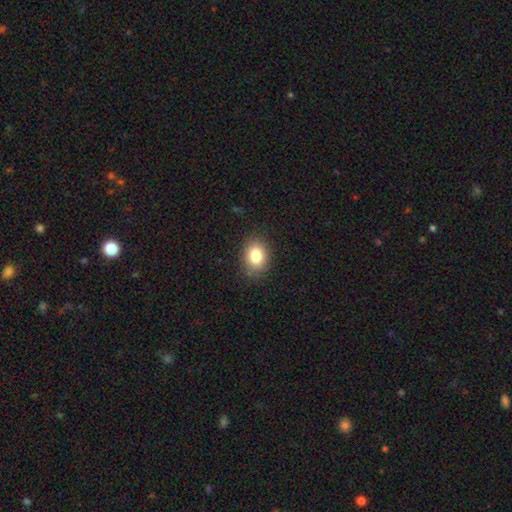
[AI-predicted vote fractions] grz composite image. It shows a smooth galaxy with no disk features (84%) that is in between round and cigar-shaped (69%). Merging: none (84%).